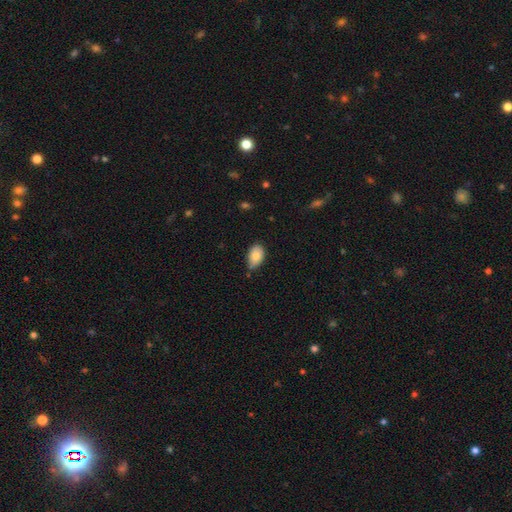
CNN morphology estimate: smooth 75%, featured or disk 18%, star or artifact 8%. Down the decision tree: how rounded — in between (85%); merging — none (55%).